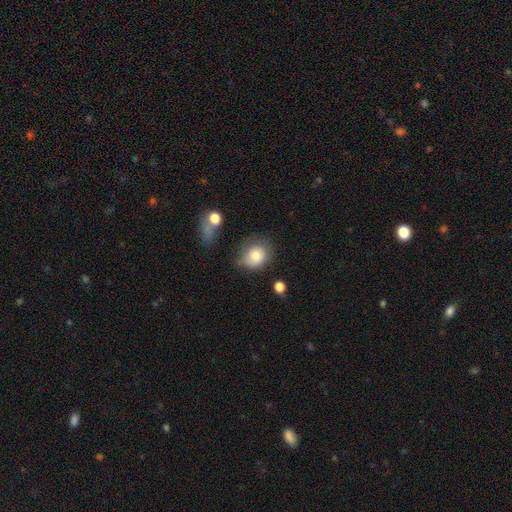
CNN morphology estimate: This appears to be a smooth galaxy with no disk features (75%) that is round (67%). Merging: none (54%).